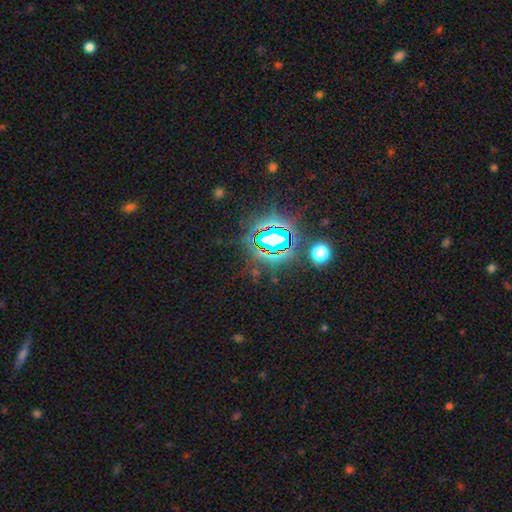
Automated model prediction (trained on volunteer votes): The model was most divided on "smooth or featured": star or artifact: 81%, smooth: 11%, featured or disk: 8%.